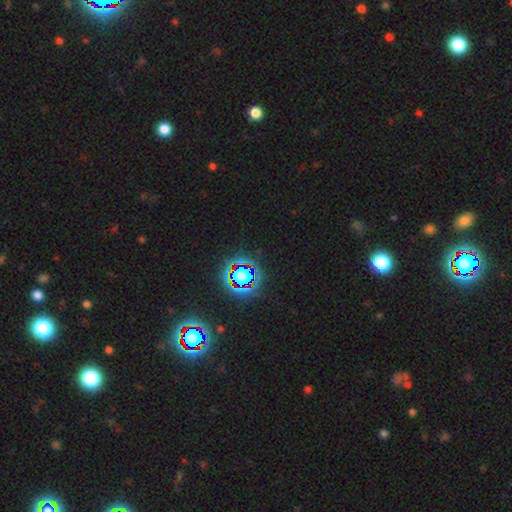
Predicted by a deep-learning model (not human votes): smooth-or-featured: star or artifact: 80% | smooth: 12% | featured or disk: 7%